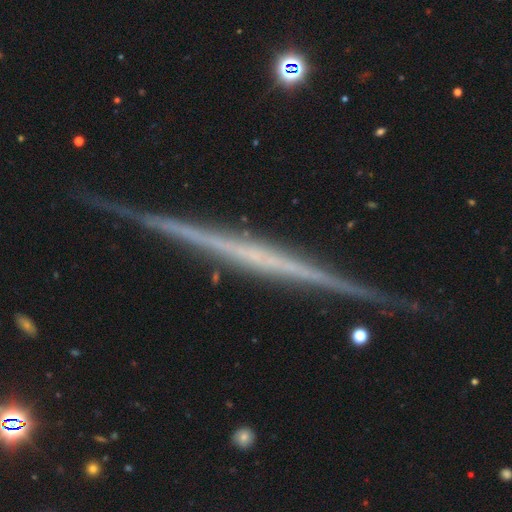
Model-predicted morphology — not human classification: smooth_or_featured: featured or disk (p=0.81) [alt: smooth p=0.12]
disk_edge_on: yes (p=0.98) [alt: no p=0.02]
edge_on_bulge: none (p=0.83) [alt: rounded p=0.10]
merging: none (p=0.90) [alt: minor disturbance p=0.07]